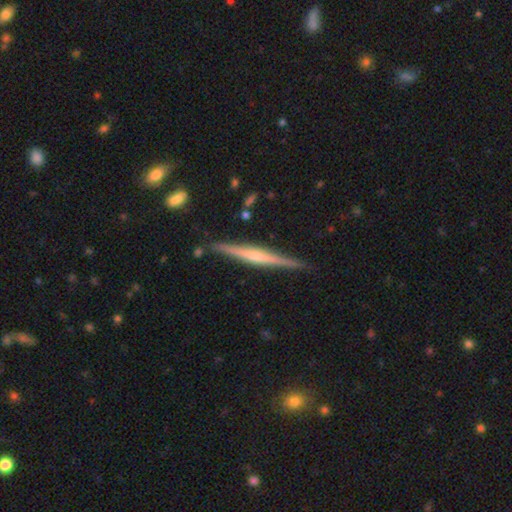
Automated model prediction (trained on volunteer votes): Morphology: type=featured or disk (73%); edge-on=yes (98%); edge-on bulge=rounded (50%); merging=none (88%).